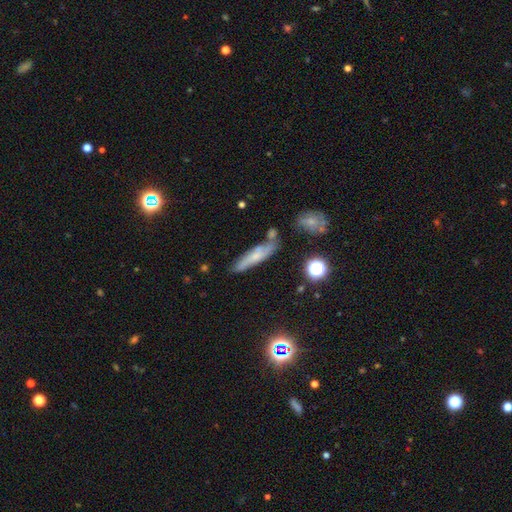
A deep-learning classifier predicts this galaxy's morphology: This is possibly a smooth galaxy (53%). How rounded: likely cigar-shaped (80%). Merging: likely none (64%).